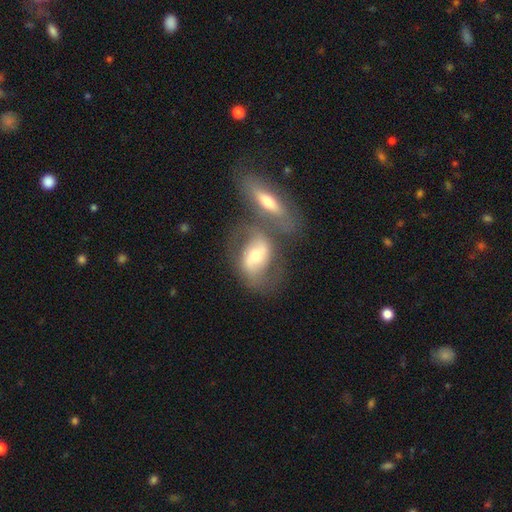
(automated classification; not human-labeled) Smooth or featured? featured or disk (66%)
Edge-on disk? no (91%)
Bar? weak (42%)
Spiral arms? yes (83%)
Bulge size? moderate (63%)
Merging? none (41%)